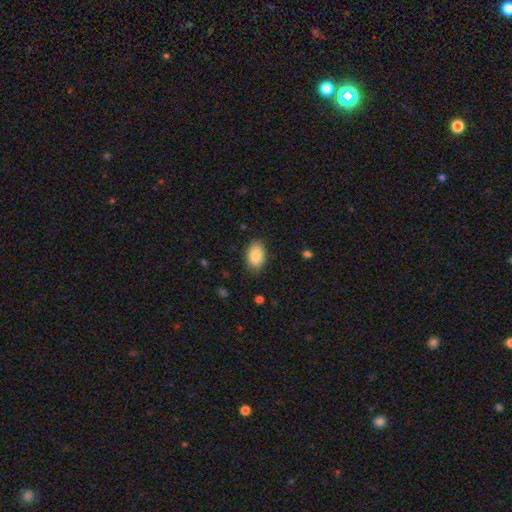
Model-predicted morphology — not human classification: smooth_or_featured: smooth (p=0.87) [alt: star or artifact p=0.07]
how_rounded: in between (p=0.91) [alt: round p=0.08]
merging: none (p=0.84) [alt: minor disturbance p=0.12]